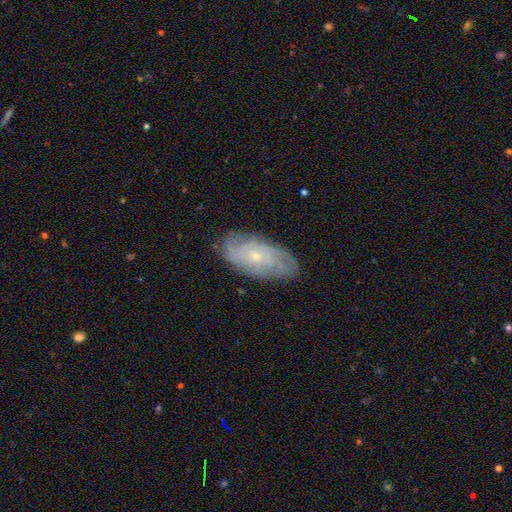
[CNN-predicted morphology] This is likely a featured or disk galaxy (70%). It is clearly not viewed edge-on (92%). Bar: likely no (79%). Spiral arm pattern: clearly yes (89%). Spiral arm count: possibly can't tell (52%). Spiral winding: likely tight (67%). Central bulge: likely small (76%). Merging: likely none (80%).